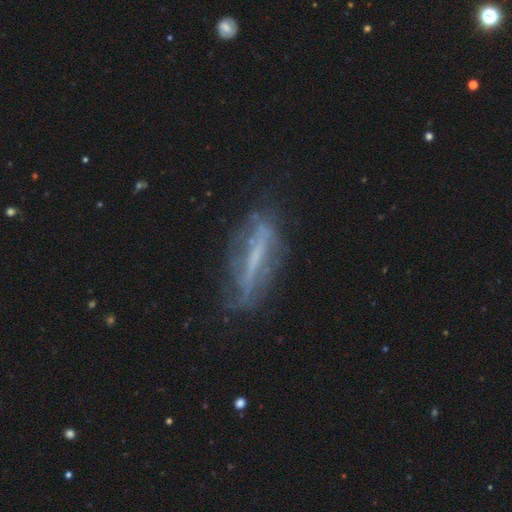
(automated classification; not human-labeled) Q: Smooth or featured?
A: featured or disk (68%); runner-up: smooth (23%)
Q: Edge-on disk?
A: no (58%); runner-up: yes (42%)
Q: Merging?
A: none (63%); runner-up: minor disturbance (22%)